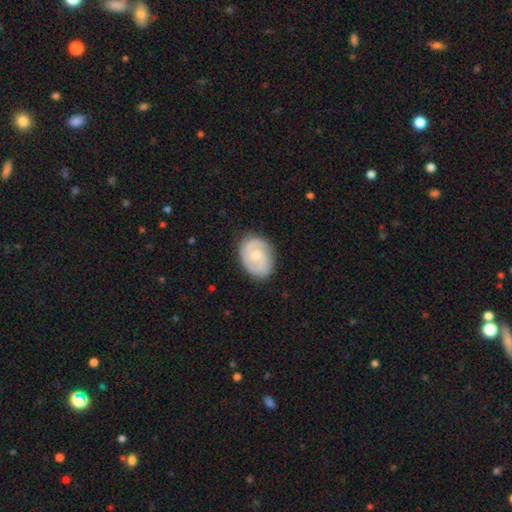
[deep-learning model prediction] featured or disk 78%, smooth 17%, star or artifact 5%. Down the decision tree: edge-on disk — no (98%); bar — no (56%); spiral arms — yes (93%); spiral arm count — 2 (80%); spiral winding — tight (47%); bulge size — moderate (51%); merging — none (81%).